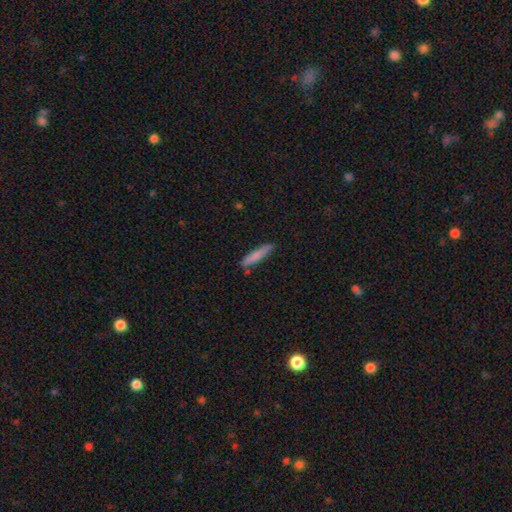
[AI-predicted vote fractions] smooth-or-featured: smooth: 78% | featured or disk: 16% | star or artifact: 6%
  how-rounded: cigar-shaped: 90% | in between: 8% | round: 1%
  merging: none: 82% | minor disturbance: 13% | merger: 3% | major disturbance: 2%